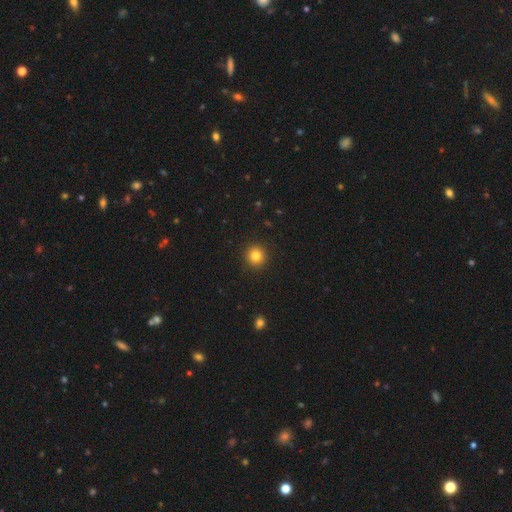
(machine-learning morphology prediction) Q: Smooth or featured?
A: smooth (84%); runner-up: star or artifact (11%)
Q: How rounded?
A: round (93%); runner-up: in between (6%)
Q: Merging?
A: none (93%); runner-up: minor disturbance (5%)